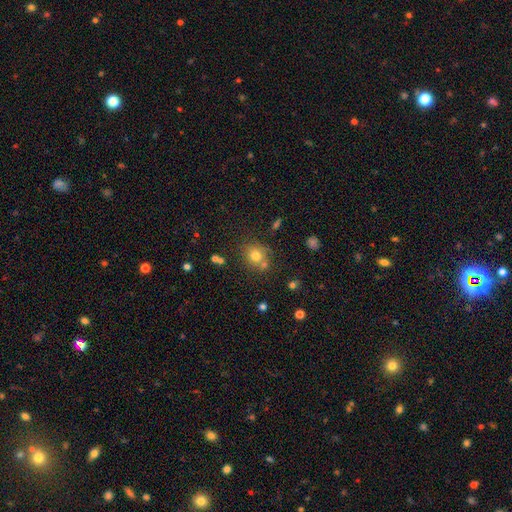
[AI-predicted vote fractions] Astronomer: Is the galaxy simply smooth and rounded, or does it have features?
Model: smooth — 74%.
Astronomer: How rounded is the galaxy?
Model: round — 75%.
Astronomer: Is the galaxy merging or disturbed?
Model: none — 62%.